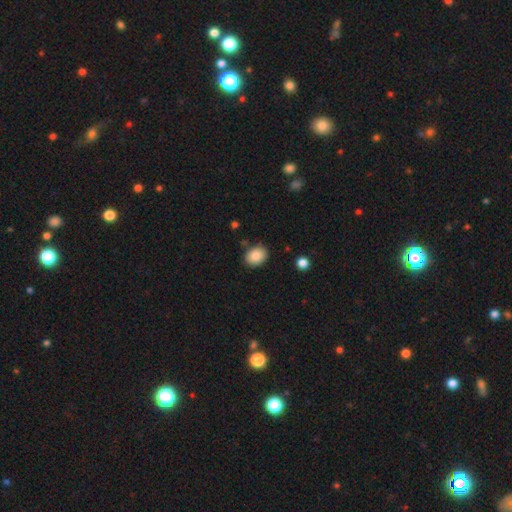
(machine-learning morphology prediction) The model was most divided on "how rounded": in between: 61%, round: 38%, cigar-shaped: 1%. More confident: smooth or featured — smooth (87%); merging — none (83%).